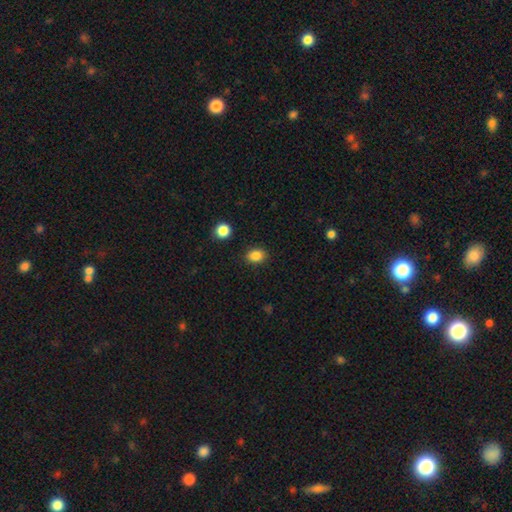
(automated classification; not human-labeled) A smooth galaxy with no disk features (86%) that is in between round and cigar-shaped (57%). Merging: none (87%).